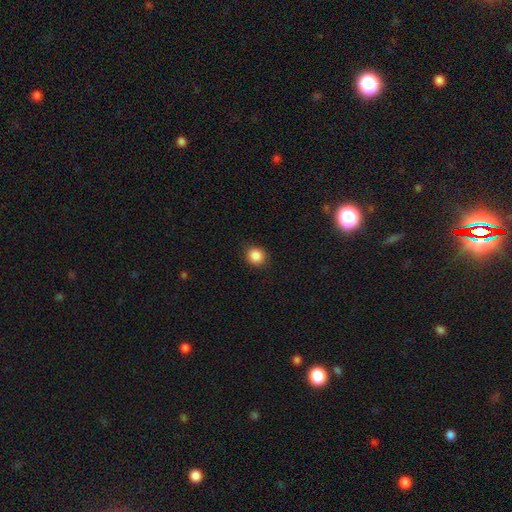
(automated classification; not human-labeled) Q: Smooth or featured?
A: smooth (87%); runner-up: star or artifact (10%)
Q: How rounded?
A: round (80%); runner-up: in between (19%)
Q: Merging?
A: none (88%); runner-up: minor disturbance (8%)